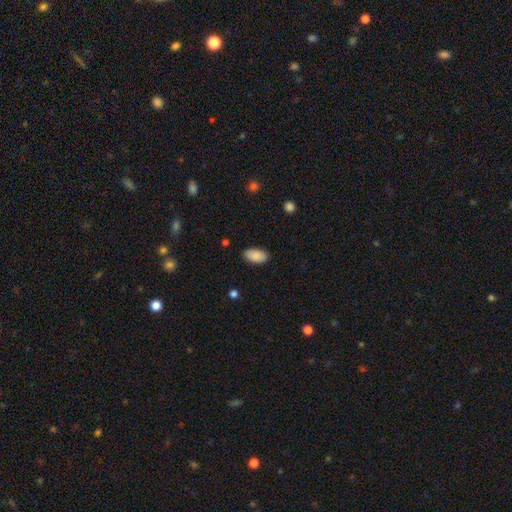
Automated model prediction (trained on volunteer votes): Overall: smooth (88%). How rounded: in between (95%). Merging: none (86%).